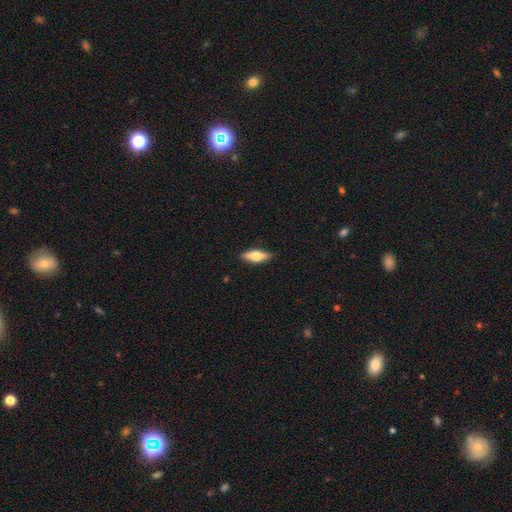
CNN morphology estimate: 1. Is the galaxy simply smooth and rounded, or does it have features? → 59% smooth, 35% featured or disk, 6% star or artifact.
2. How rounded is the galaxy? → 54% in between, 43% cigar-shaped, 3% round.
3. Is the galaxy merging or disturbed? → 87% none, 10% minor disturbance, 2% major disturbance, 1% merger.